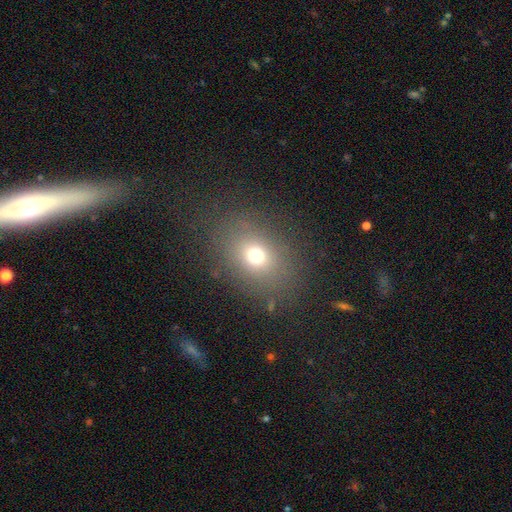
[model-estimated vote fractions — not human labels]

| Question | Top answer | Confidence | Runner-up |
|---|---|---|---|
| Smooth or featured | smooth | 69% | star or artifact (19%) |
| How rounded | in between | 52% | round (46%) |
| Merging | none | 81% | minor disturbance (11%) |